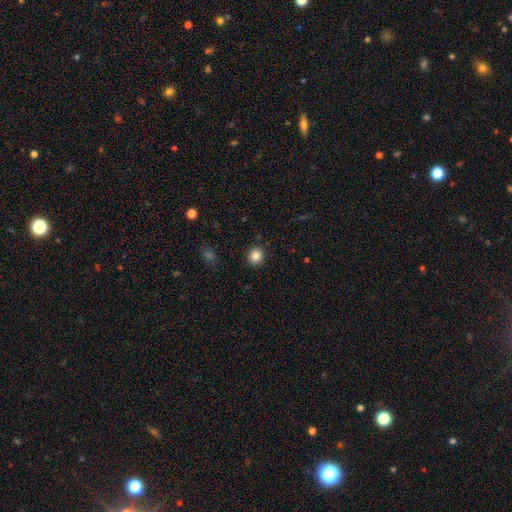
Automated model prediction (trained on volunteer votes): A smooth galaxy with no disk features (84%) that is round (88%). Merging: none (91%).